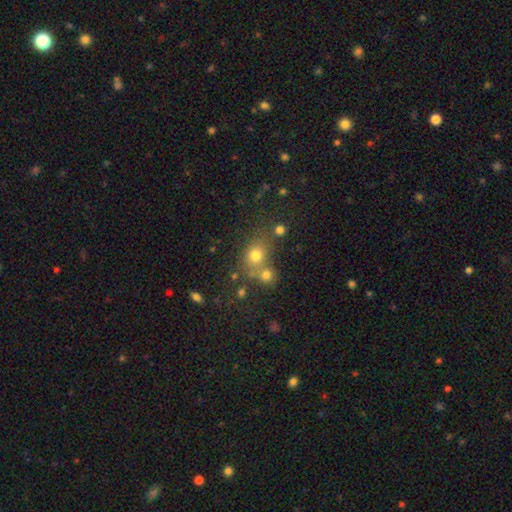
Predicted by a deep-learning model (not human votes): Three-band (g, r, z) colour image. It shows a smooth galaxy with no disk features (72%) that is round (68%). Merging: none (53%).